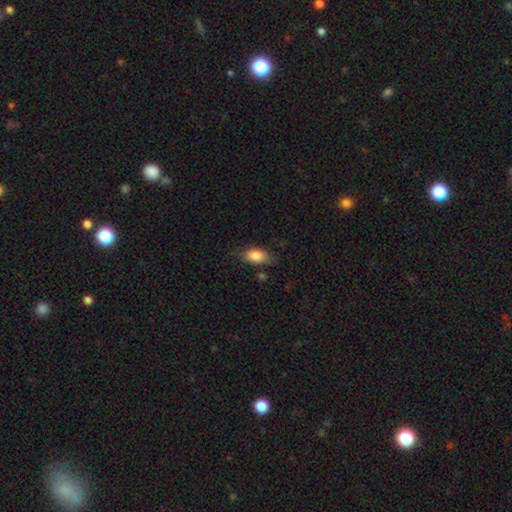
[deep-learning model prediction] Smooth or featured?
  - smooth: 84% *
  - featured or disk: 9%
  - star or artifact: 7%
How rounded?
  - in between: 88% *
  - round: 6%
  - cigar-shaped: 6%
Merging?
  - none: 68% *
  - minor disturbance: 23%
  - major disturbance: 6%
  - merger: 3%